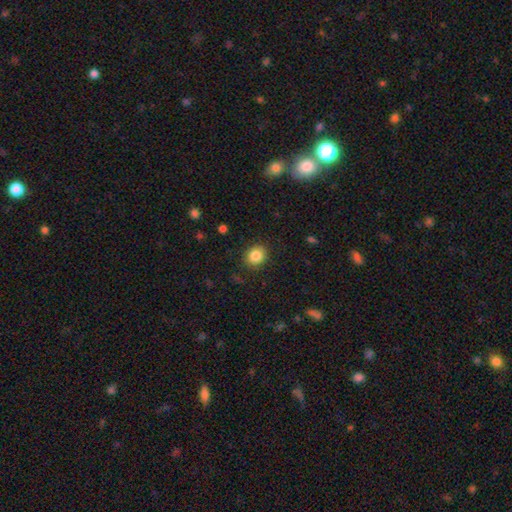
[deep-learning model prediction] Smooth or featured? Predicted: smooth (p=0.84). How rounded? Predicted: round (p=0.73). Merging? Predicted: none (p=0.88).